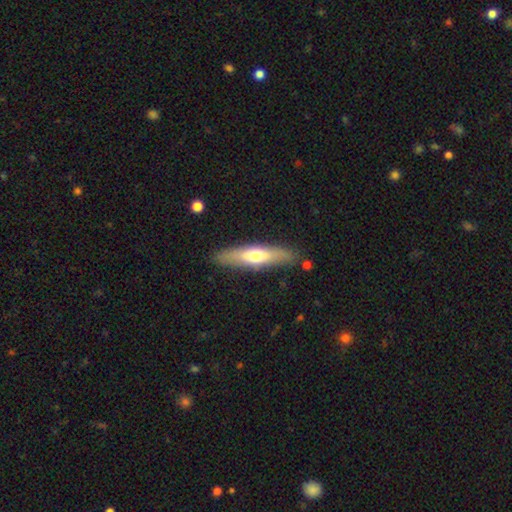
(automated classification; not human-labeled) The model was most divided on "smooth or featured": smooth: 52%, featured or disk: 42%, star or artifact: 6%. More confident: merging — none (85%); how rounded — cigar-shaped (73%).